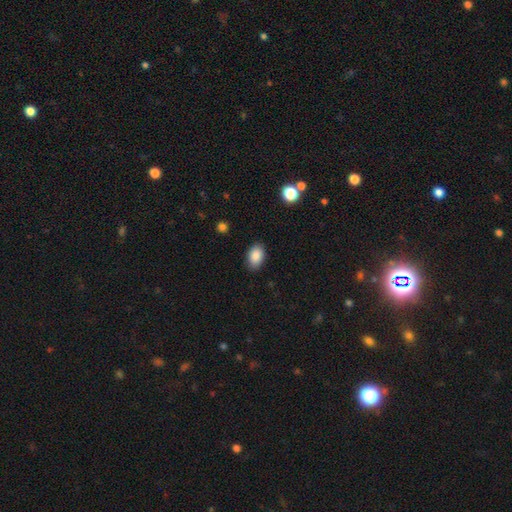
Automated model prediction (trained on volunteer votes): Smooth or featured: smooth — 88% (star or artifact — 8%)
How rounded: in between — 89% (round — 10%)
Merging: none — 87% (minor disturbance — 10%)